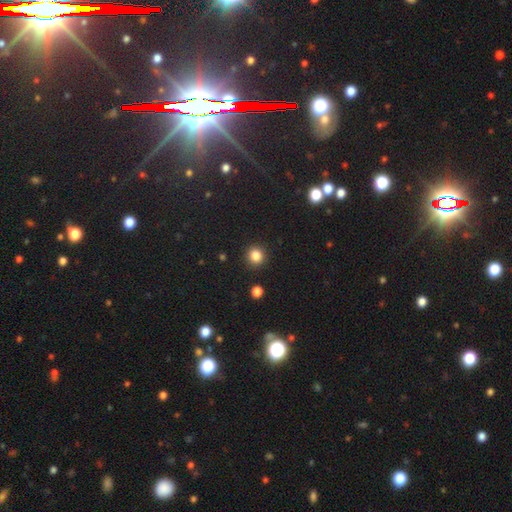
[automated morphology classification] Q: Smooth or featured?
A: smooth (84%); runner-up: star or artifact (12%)
Q: How rounded?
A: round (92%); runner-up: in between (7%)
Q: Merging?
A: none (92%); runner-up: minor disturbance (5%)